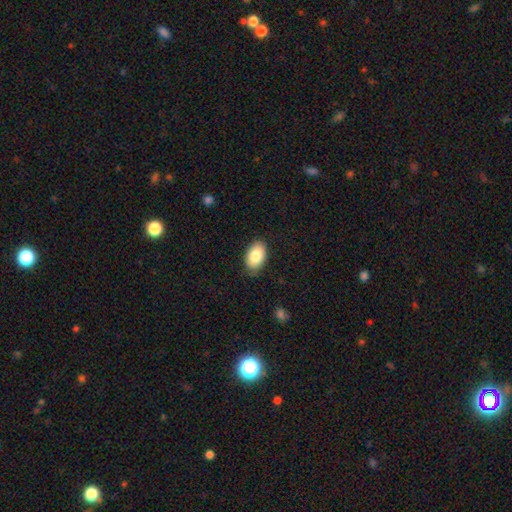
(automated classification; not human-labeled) Smooth or featured? smooth (85%)
How rounded? in between (93%)
Merging? none (83%)